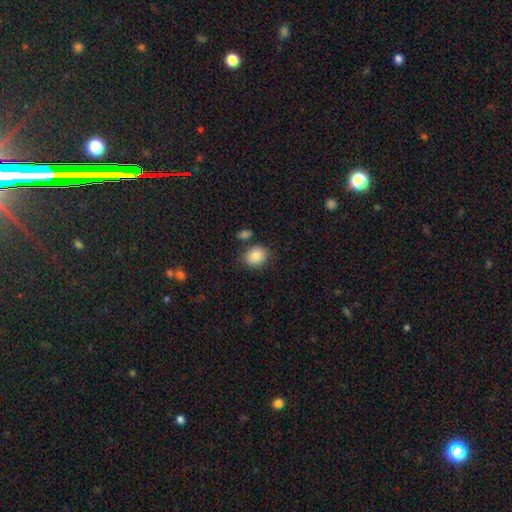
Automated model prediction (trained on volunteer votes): Smooth or featured? smooth (86%)
How rounded? round (54%)
Merging? none (77%)